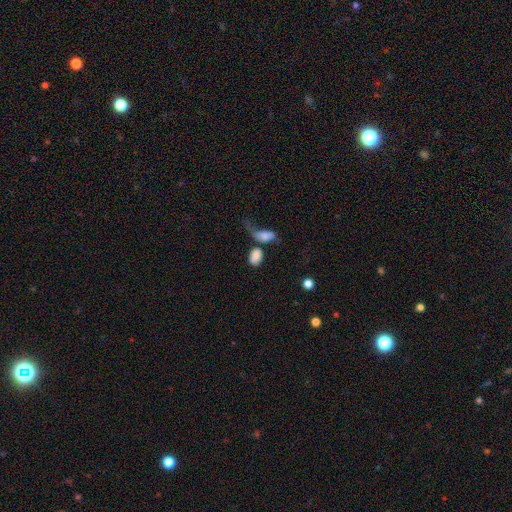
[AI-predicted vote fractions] The model was most divided on "merging": merger: 43%, none: 26%, major disturbance: 18%, minor disturbance: 13%. More confident: how rounded — in between (85%); smooth or featured — smooth (81%).